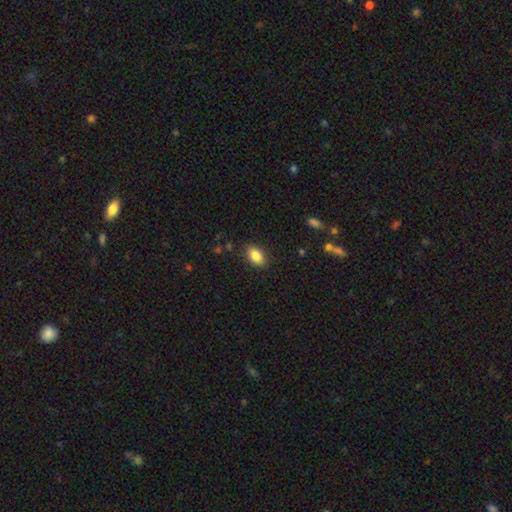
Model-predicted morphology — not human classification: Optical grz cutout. It shows a smooth galaxy with no disk features (86%) that is in between round and cigar-shaped (89%). Merging: none (85%).